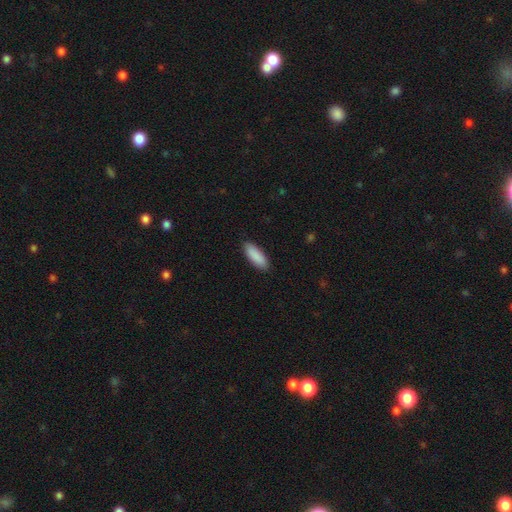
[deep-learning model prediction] Overall: smooth (90%). How rounded: in between (68%; cigar-shaped 31%). Merging: none (89%).